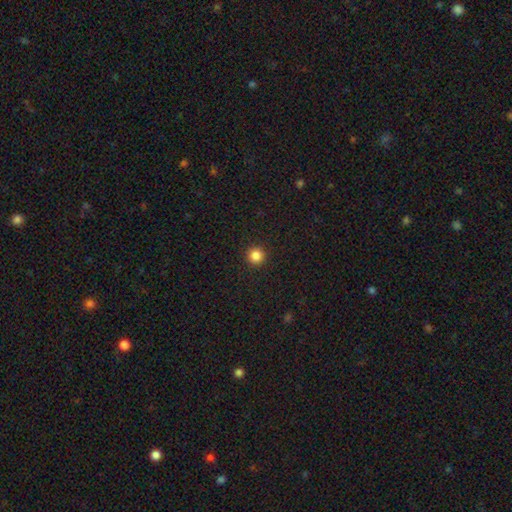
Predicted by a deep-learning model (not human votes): Overall: smooth (85%). How rounded: round (96%). Merging: none (93%).